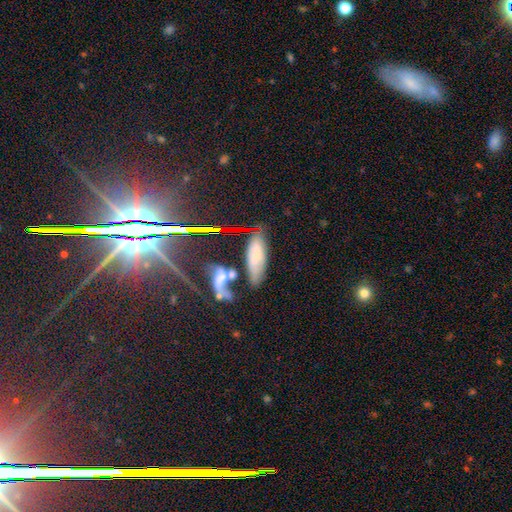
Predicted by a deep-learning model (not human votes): This appears to be a smooth galaxy with no disk features (56%) that is in between round and cigar-shaped (64%). Merging: none (57%).